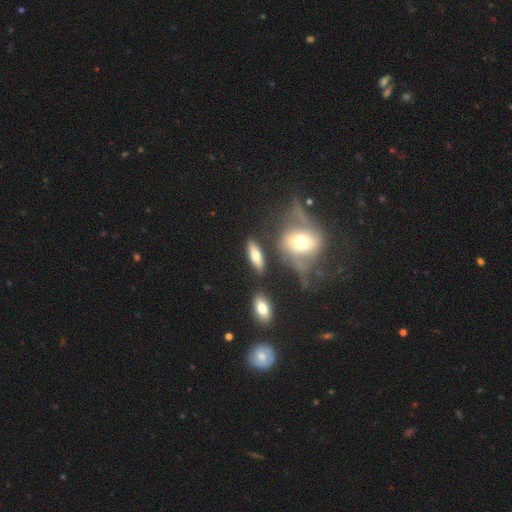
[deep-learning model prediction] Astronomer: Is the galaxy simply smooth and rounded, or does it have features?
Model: smooth — 66%.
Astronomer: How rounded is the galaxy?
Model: in between — 60%.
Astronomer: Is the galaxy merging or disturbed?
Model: none — 75%.